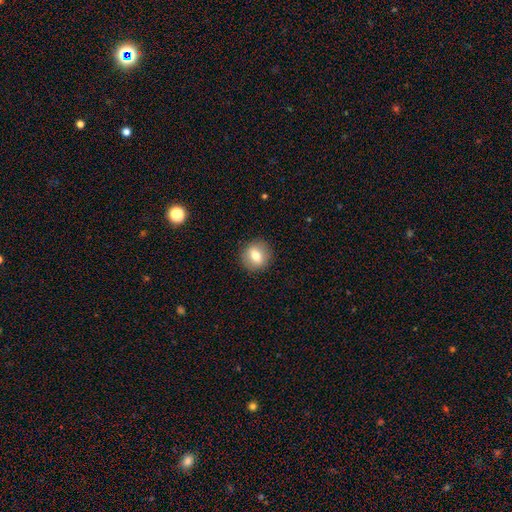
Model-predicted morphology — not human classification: Overall: smooth (71%). How rounded: round (83%). Merging: none (90%).